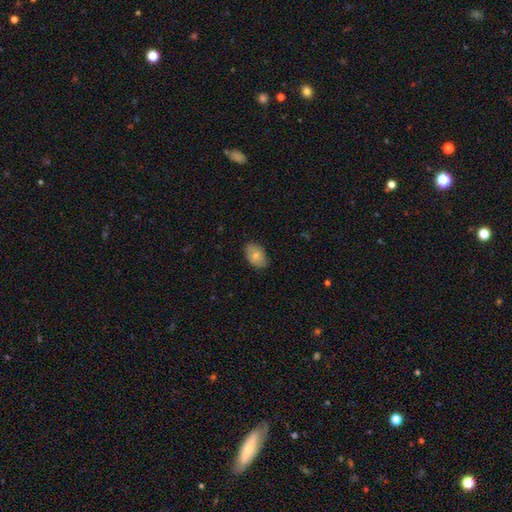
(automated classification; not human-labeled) Overall: smooth (77%). How rounded: in between (87%). Merging: none (78%).